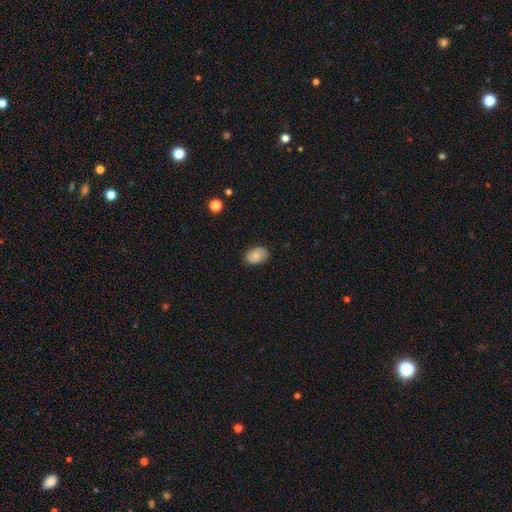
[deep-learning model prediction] A smooth galaxy with no disk features (71%) that is in between round and cigar-shaped (72%). Merging: none (79%).